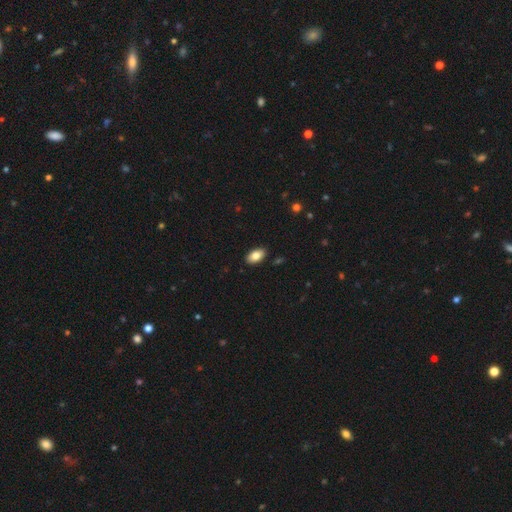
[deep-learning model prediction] Smooth or featured? Predicted: smooth (p=0.84). How rounded? Predicted: in between (p=0.94). Merging? Predicted: none (p=0.89).